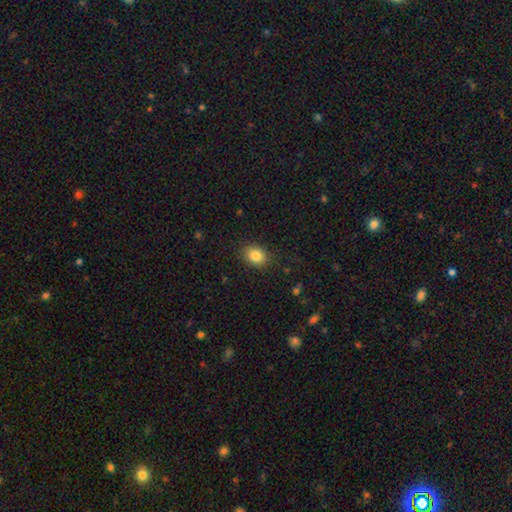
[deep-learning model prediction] smooth_or_featured: smooth (p=0.84) [alt: star or artifact p=0.09]
how_rounded: in between (p=0.59) [alt: round p=0.40]
merging: none (p=0.86) [alt: minor disturbance p=0.10]